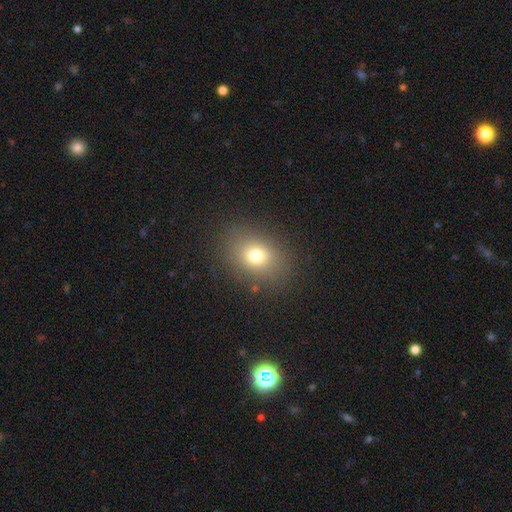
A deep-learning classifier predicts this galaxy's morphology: Q: Smooth or featured?
A: smooth (74%); runner-up: star or artifact (15%)
Q: How rounded?
A: in between (51%); runner-up: round (48%)
Q: Merging?
A: none (84%); runner-up: minor disturbance (10%)